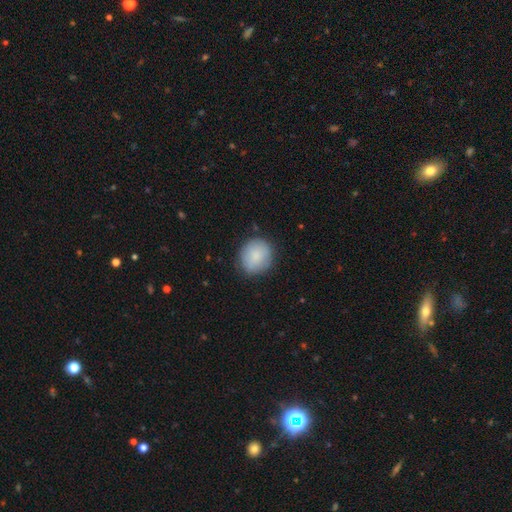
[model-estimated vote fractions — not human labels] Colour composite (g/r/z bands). It shows a smooth galaxy with no disk features (85%) that is round (83%). Merging: none (82%).